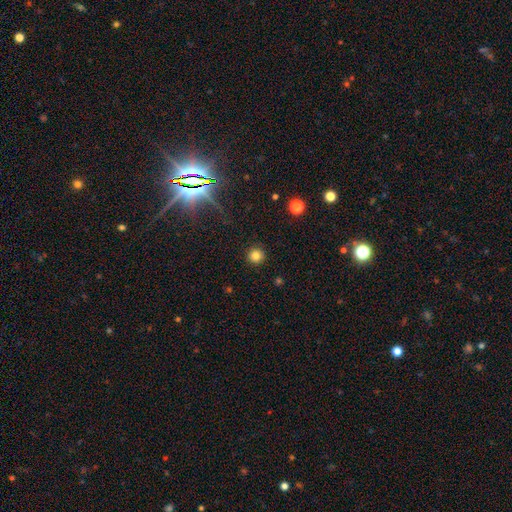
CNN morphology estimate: A smooth galaxy with no disk features (81%) that is round (95%). Merging: none (92%).